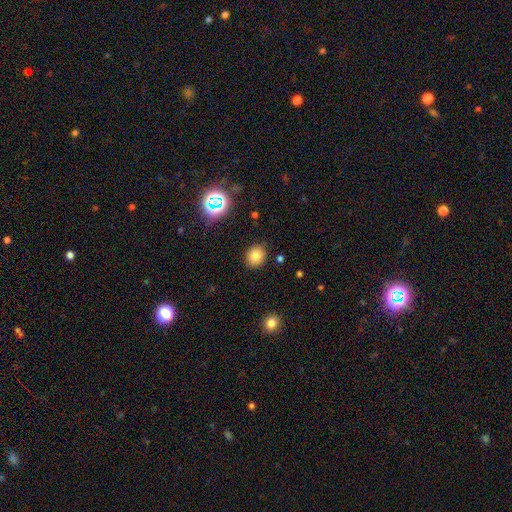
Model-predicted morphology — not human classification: This appears to be a smooth galaxy with no disk features (80%) that is round (74%). Merging: none (87%).